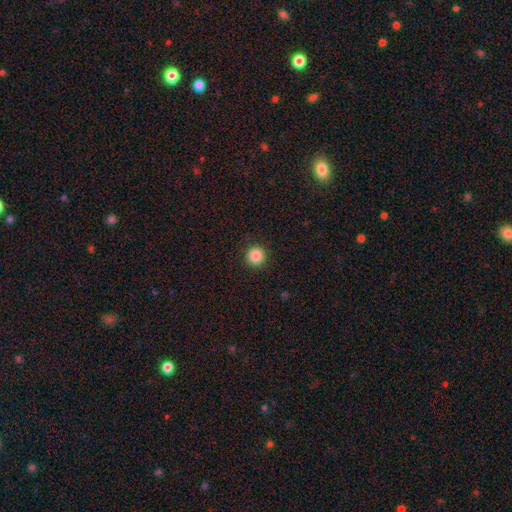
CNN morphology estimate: Smooth or featured? smooth (86%)
How rounded? round (95%)
Merging? none (92%)